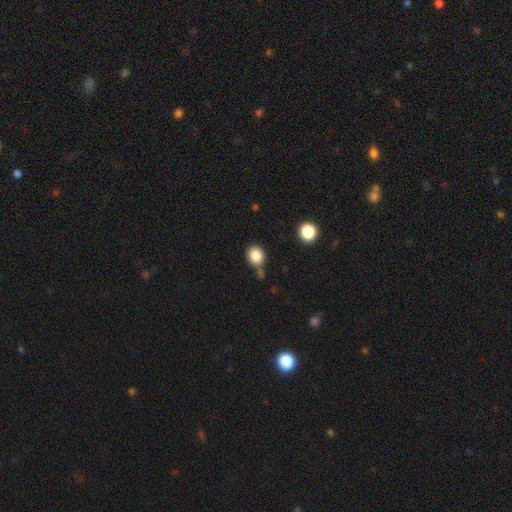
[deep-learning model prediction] Smooth or featured: smooth — 86% (star or artifact — 10%)
How rounded: round — 69% (in between — 30%)
Merging: none — 66% (minor disturbance — 17%)